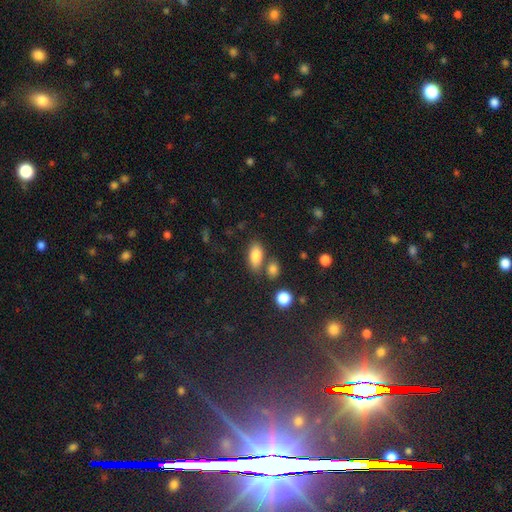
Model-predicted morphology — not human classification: A smooth galaxy with no disk features (84%) that is in between round and cigar-shaped (86%).

Vote fractions:
- Smooth or featured? smooth: 84% / star or artifact: 9% / featured or disk: 8%
- How rounded? in between: 86% / cigar-shaped: 8% / round: 6%
- Merging? none: 67% / merger: 16% / minor disturbance: 13% / major disturbance: 4%